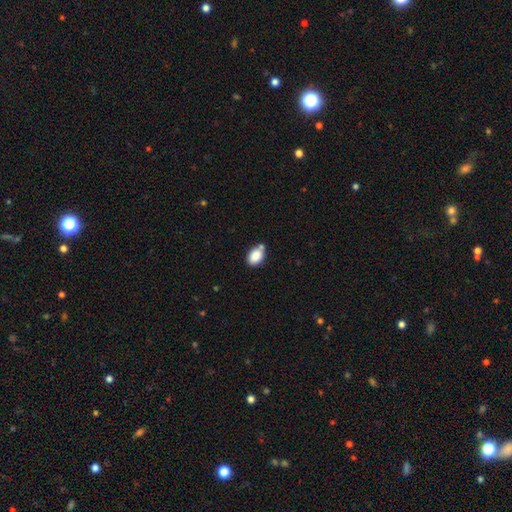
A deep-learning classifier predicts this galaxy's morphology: Q: Smooth or featured?
A: smooth (86%); runner-up: star or artifact (8%)
Q: How rounded?
A: in between (82%); runner-up: round (16%)
Q: Merging?
A: none (59%); runner-up: minor disturbance (19%)